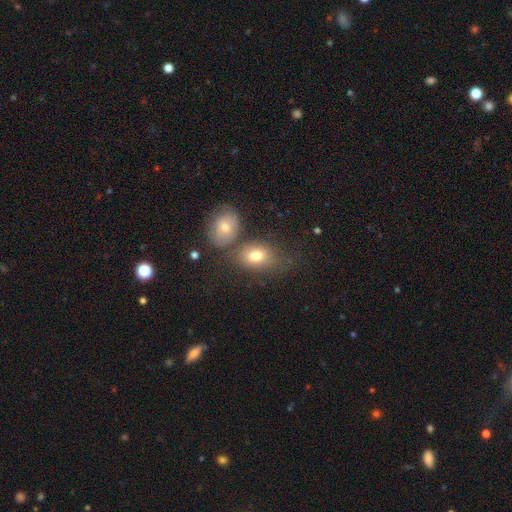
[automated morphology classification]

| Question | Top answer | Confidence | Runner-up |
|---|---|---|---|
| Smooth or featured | smooth | 73% | featured or disk (16%) |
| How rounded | in between | 74% | round (25%) |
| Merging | none | 47% | merger (29%) |